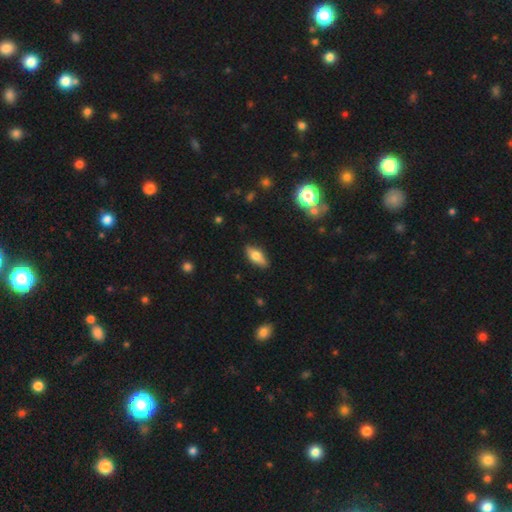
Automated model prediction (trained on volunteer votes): Q: Smooth or featured?
A: smooth (59%); runner-up: featured or disk (34%)
Q: How rounded?
A: in between (71%); runner-up: cigar-shaped (25%)
Q: Merging?
A: none (84%); runner-up: minor disturbance (12%)